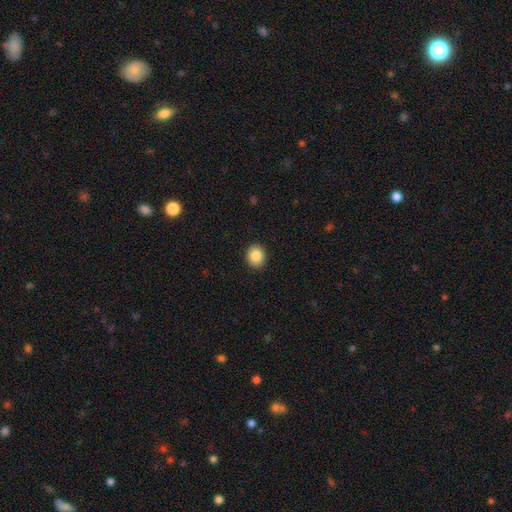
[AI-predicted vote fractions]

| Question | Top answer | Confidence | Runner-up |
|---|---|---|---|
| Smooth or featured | smooth | 86% | star or artifact (9%) |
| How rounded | round | 71% | in between (28%) |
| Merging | none | 91% | minor disturbance (6%) |